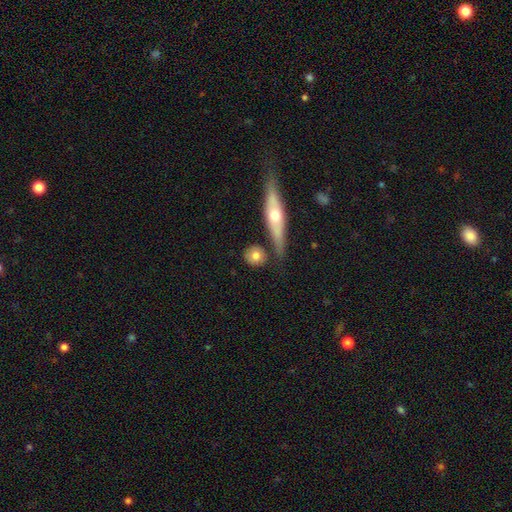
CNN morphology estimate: type=smooth (73%); roundness=round (77%); merging=none (74%).